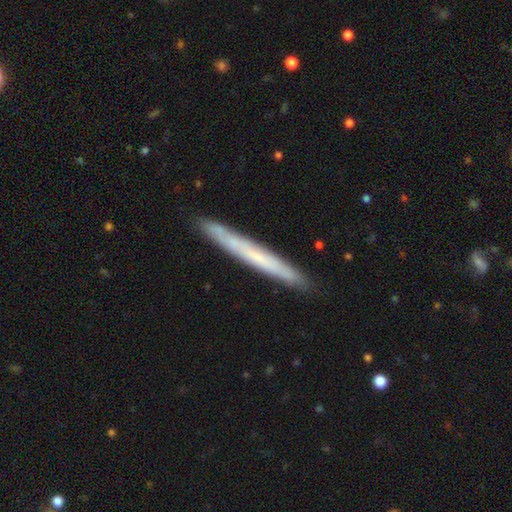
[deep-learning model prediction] Smooth or featured? Predicted: featured or disk (p=0.47). Merging? Predicted: none (p=0.89).